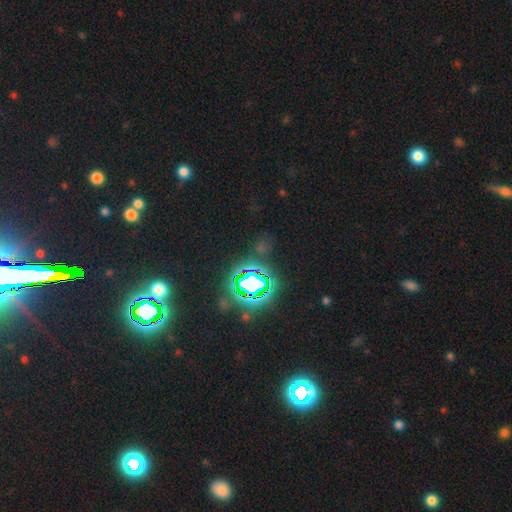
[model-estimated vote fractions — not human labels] This is clearly a star or artifact rather than a galaxy (81%).